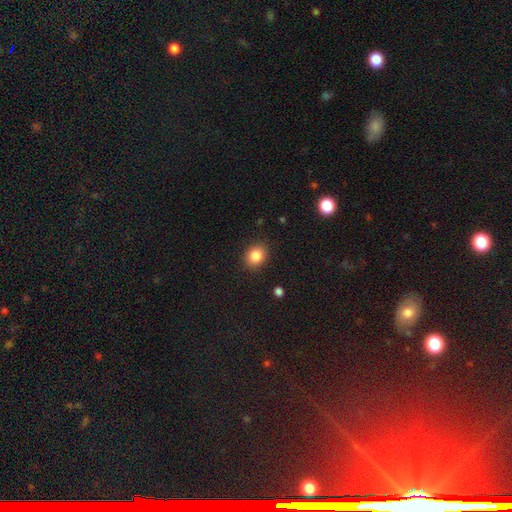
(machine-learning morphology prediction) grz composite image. It shows a smooth galaxy with no disk features (85%) that is round (59%). Merging: none (88%).